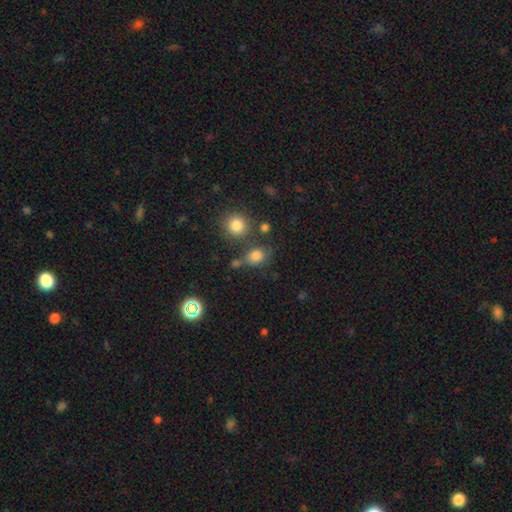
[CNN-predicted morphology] smooth_or_featured: smooth (p=0.80) [alt: star or artifact p=0.14]
how_rounded: round (p=0.52) [alt: in between p=0.46]
merging: none (p=0.60) [alt: minor disturbance p=0.16]